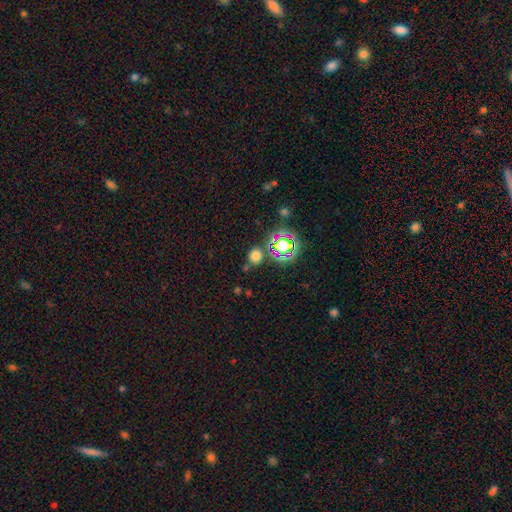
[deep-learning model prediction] This is likely a smooth galaxy (66%). How rounded: clearly round (80%). Merging: likely none (75%).